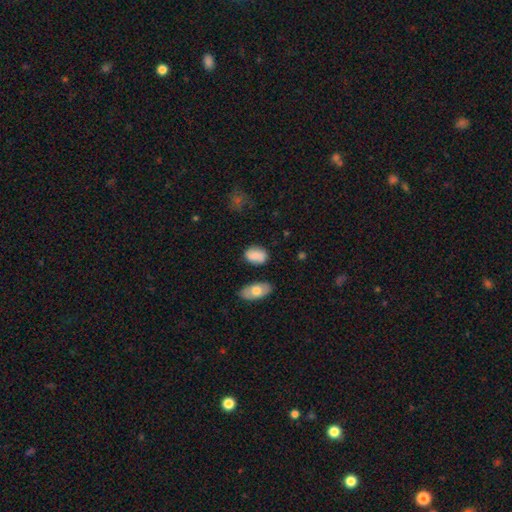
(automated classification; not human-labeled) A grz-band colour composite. It shows a smooth galaxy with no disk features (81%) that is in between round and cigar-shaped (86%). Merging: none (75%).